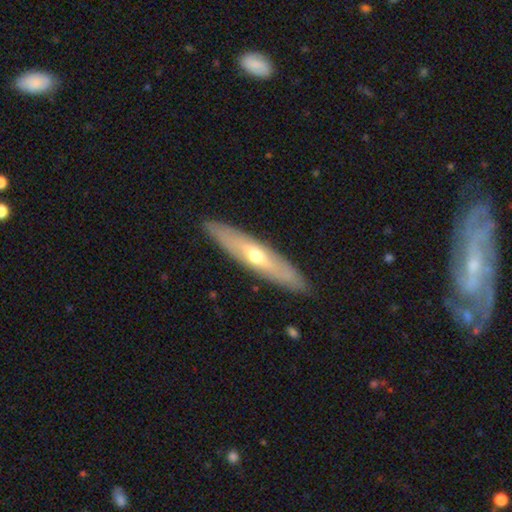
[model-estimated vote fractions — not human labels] A featured or disk galaxy (58%) viewed edge-on (66%). Merging: none (89%).